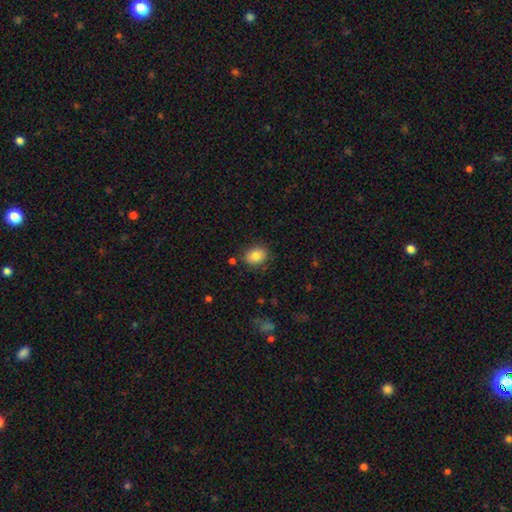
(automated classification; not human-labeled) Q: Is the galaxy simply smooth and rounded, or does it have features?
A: smooth — 83%.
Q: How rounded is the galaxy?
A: in between — 63%.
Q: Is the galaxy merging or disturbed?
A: none — 83%.